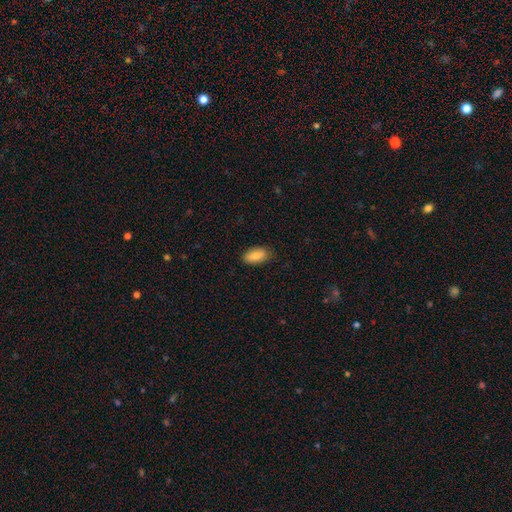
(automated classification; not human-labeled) This appears to be a smooth galaxy with no disk features (84%) that is in between round and cigar-shaped (91%). Merging: none (82%).